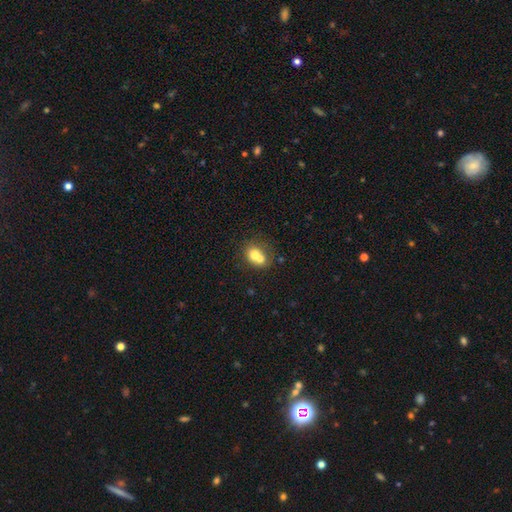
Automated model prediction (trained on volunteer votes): Q: Smooth or featured?
A: smooth (68%); runner-up: featured or disk (22%)
Q: How rounded?
A: round (58%); runner-up: in between (41%)
Q: Merging?
A: merger (60%); runner-up: none (29%)